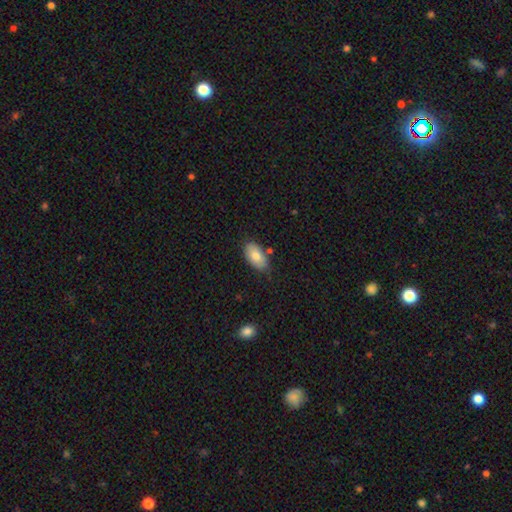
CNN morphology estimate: Overall: smooth (79%). How rounded: in between (94%). Merging: none (78%).